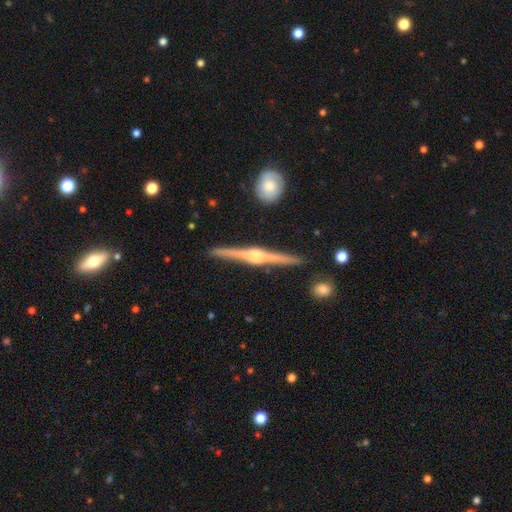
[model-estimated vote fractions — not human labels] Smooth or featured: featured or disk — 86% (smooth — 9%)
Edge-on disk: yes — 99% (no — 1%)
Edge-on bulge: rounded — 83% (boxy — 12%)
Merging: none — 91% (minor disturbance — 6%)